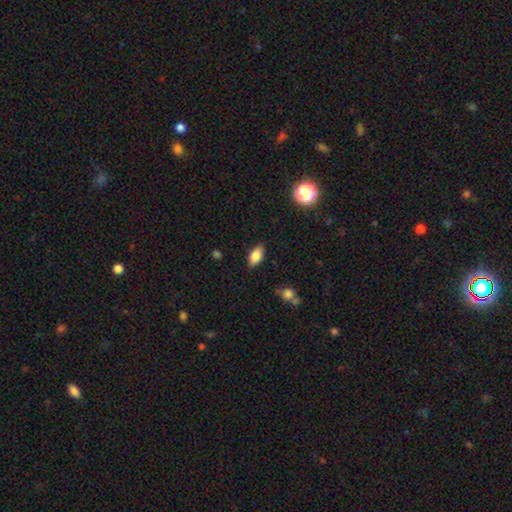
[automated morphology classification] A smooth galaxy with no disk features (82%) that is in between round and cigar-shaped (89%). Merging: none (85%).